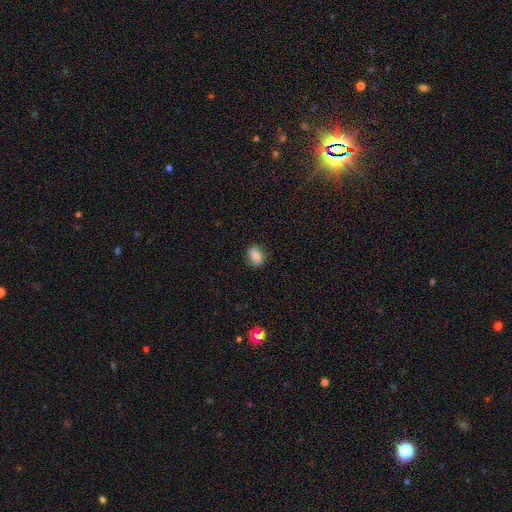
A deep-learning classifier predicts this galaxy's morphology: This is likely a smooth galaxy (78%). How rounded: likely in between (70%). Merging: clearly none (83%).